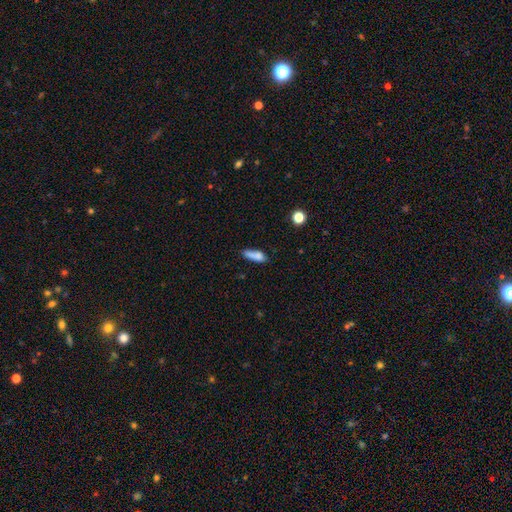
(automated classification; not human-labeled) This appears to be a smooth galaxy with no disk features (78%) that is in between round and cigar-shaped (48%, tied with cigar-shaped). Merging: none (52%).